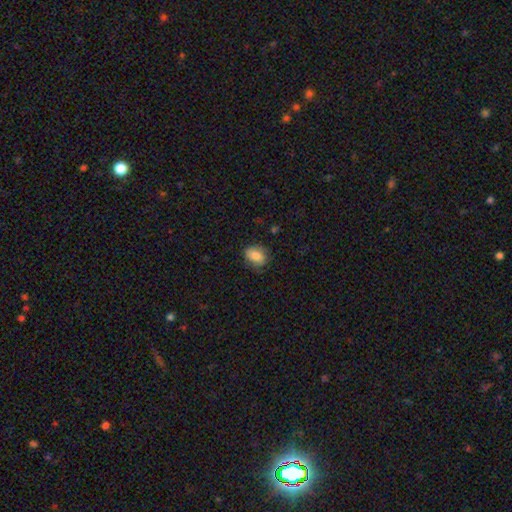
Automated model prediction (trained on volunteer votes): This is clearly a smooth galaxy (80%). How rounded: likely in between (70%). Merging: likely none (74%).